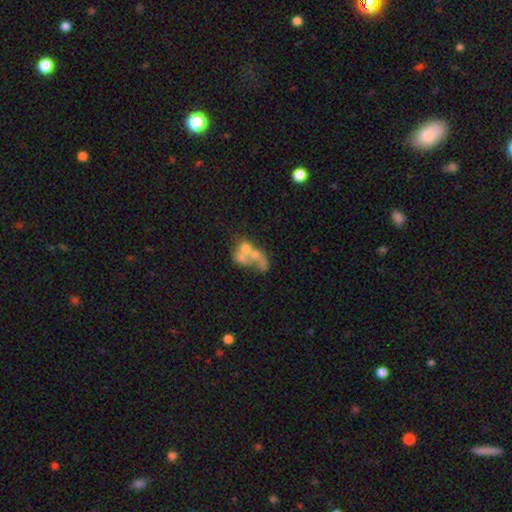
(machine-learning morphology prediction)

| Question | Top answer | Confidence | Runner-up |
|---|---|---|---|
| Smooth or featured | featured or disk | 51% | smooth (36%) |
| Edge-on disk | no | 98% | yes (2%) |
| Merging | merger | 60% | major disturbance (20%) |